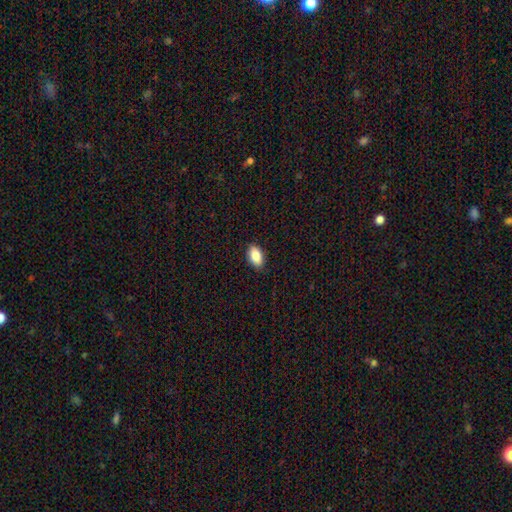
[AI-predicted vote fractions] Overall: smooth (86%). How rounded: in between (91%). Merging: none (88%).